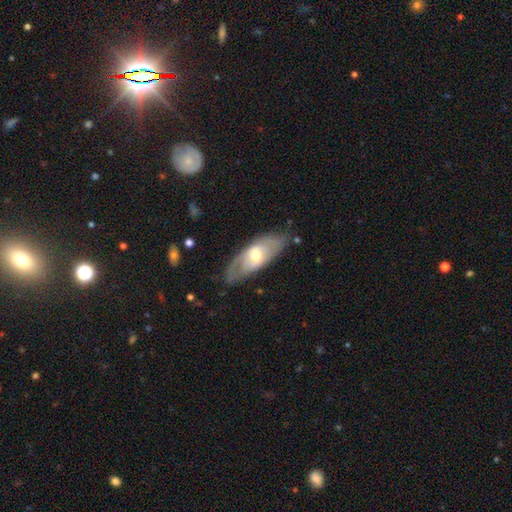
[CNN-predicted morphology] type=featured or disk (58%); edge-on=no (78%); merging=none (74%).